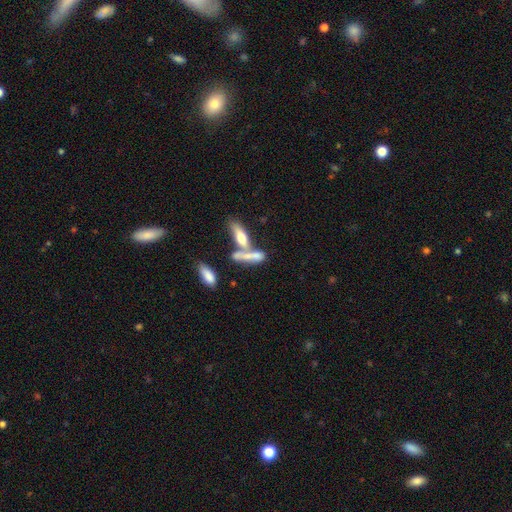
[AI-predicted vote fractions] The model was most divided on "how rounded": cigar-shaped: 59%, in between: 37%, round: 4%. More confident: smooth or featured — smooth (57%); merging — merger (54%).